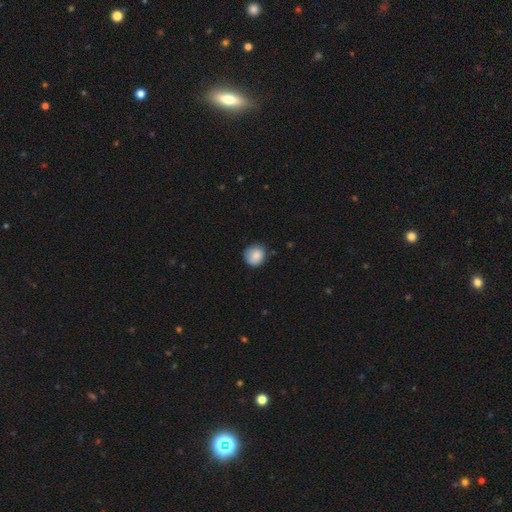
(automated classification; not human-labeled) This appears to be a smooth galaxy with no disk features (86%) that is round (90%). Merging: none (77%).